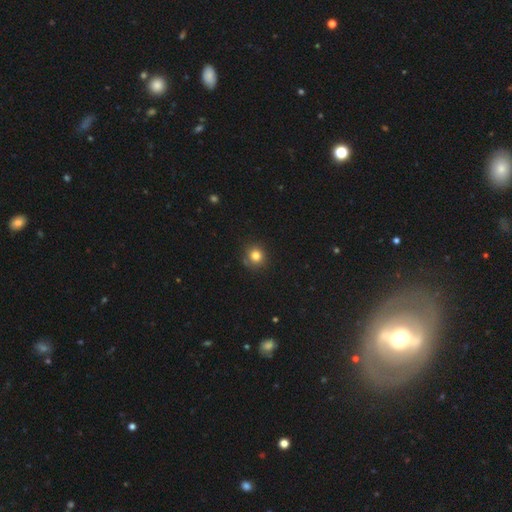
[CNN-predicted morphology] smooth-or-featured: smooth: 81% | star or artifact: 12% | featured or disk: 7%
  how-rounded: round: 92% | in between: 7% | cigar-shaped: 1%
  merging: none: 82% | minor disturbance: 13% | major disturbance: 3% | merger: 2%